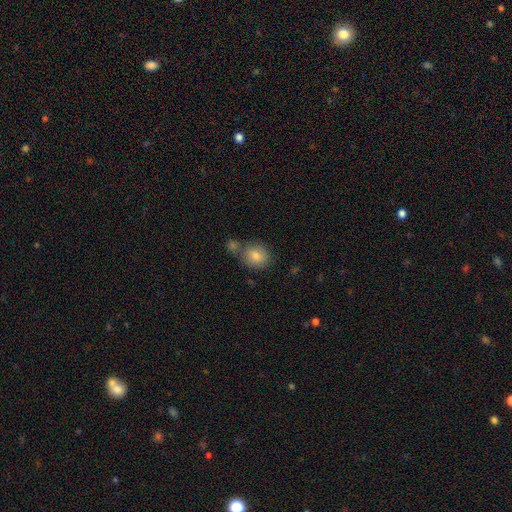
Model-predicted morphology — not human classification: This is clearly a smooth galaxy (81%). How rounded: likely round (73%). Merging: likely none (62%).